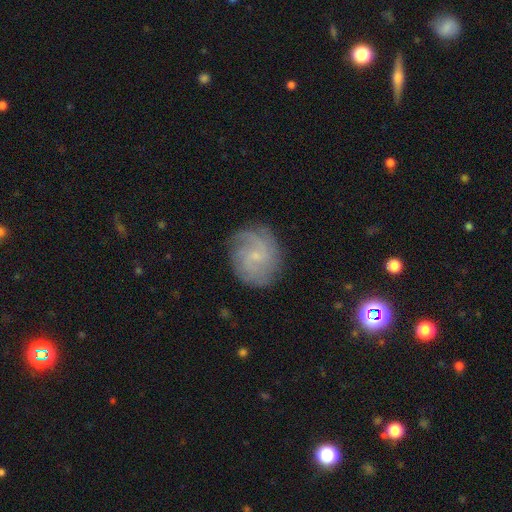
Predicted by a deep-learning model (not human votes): A featured or disk galaxy (69%) with no bar (60%), tight (45%) spiral arms (93%) and a small central bulge (77%). Merging: none (77%).